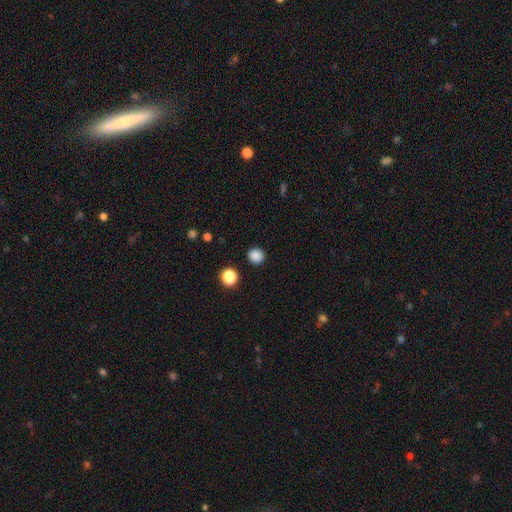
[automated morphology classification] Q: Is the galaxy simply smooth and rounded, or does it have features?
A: smooth — 86%.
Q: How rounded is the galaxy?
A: round — 89%.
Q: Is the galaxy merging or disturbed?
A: none — 91%.